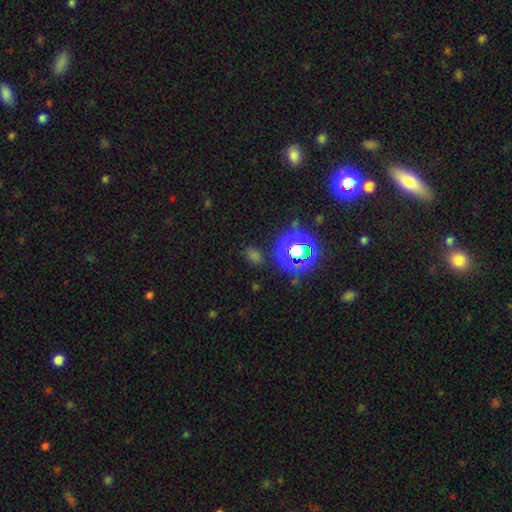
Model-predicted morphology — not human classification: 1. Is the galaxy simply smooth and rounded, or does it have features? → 62% star or artifact, 30% smooth, 7% featured or disk.